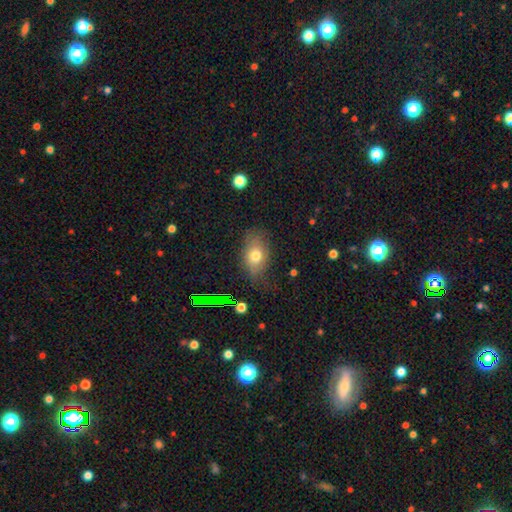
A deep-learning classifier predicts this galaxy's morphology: A smooth galaxy with no disk features (71%) that is in between round and cigar-shaped (81%). Merging: none (68%).